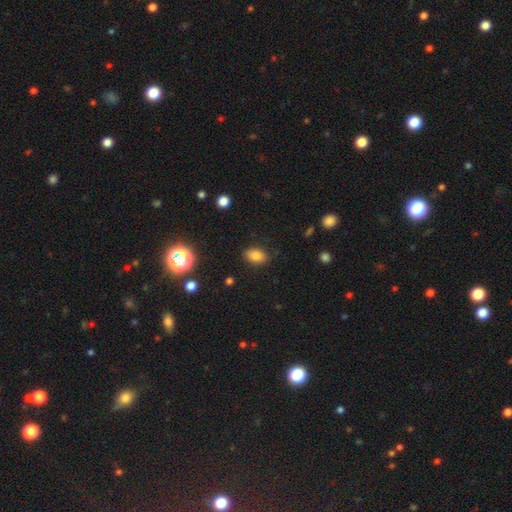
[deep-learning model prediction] This is clearly a smooth galaxy (83%). How rounded: clearly in between (86%). Merging: clearly none (84%).